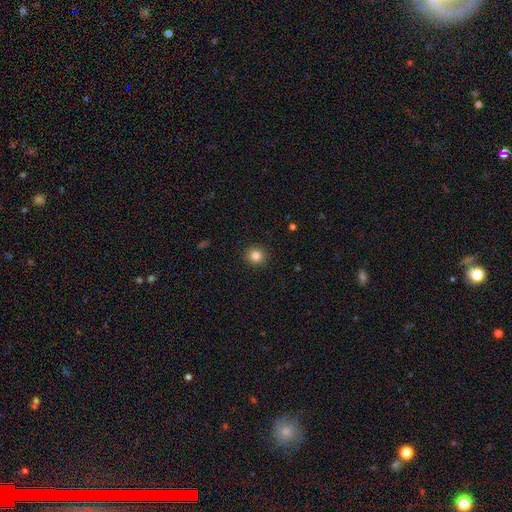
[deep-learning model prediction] Overall: smooth (83%). How rounded: round (92%). Merging: none (92%).